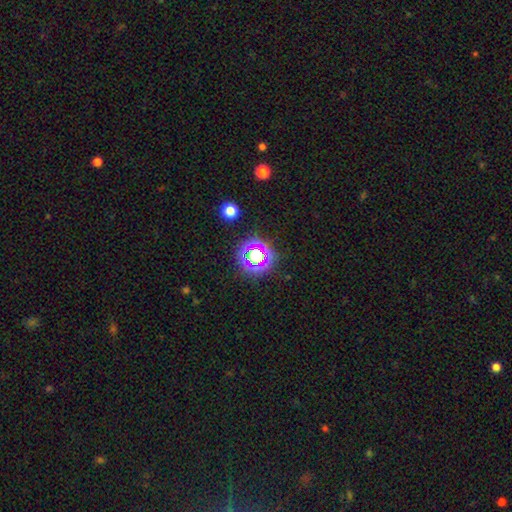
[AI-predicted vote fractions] A star or artifact, not a galaxy (58%).

Vote fractions:
- Smooth or featured? star or artifact: 58% / smooth: 29% / featured or disk: 12%